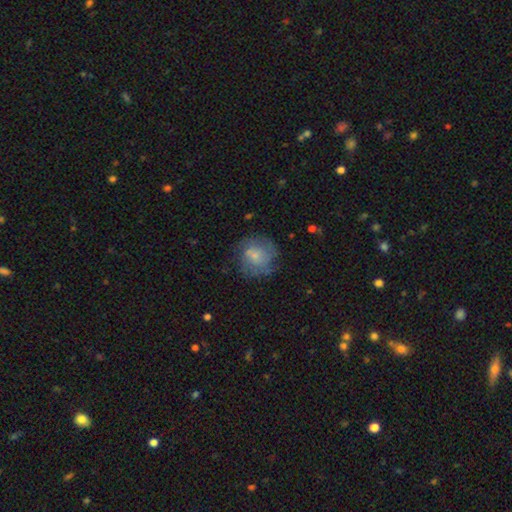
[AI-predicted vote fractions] The model was most divided on "smooth or featured": smooth: 47%, featured or disk: 45%, star or artifact: 9%. More confident: merging — none (63%).